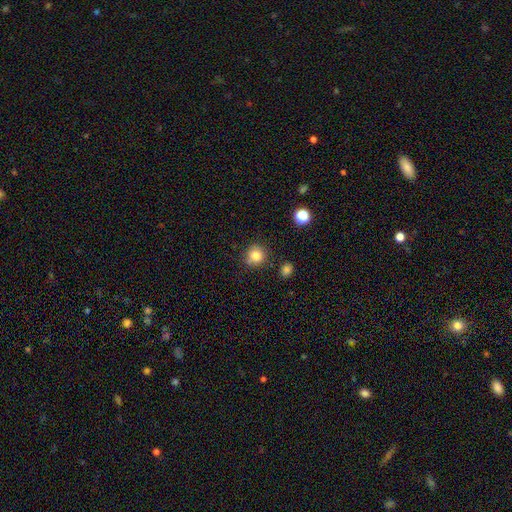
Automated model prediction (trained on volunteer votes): This is clearly a smooth galaxy (81%). How rounded: clearly round (90%). Merging: likely none (78%).